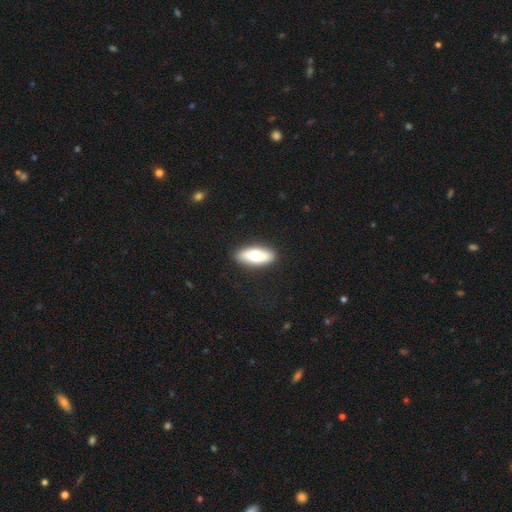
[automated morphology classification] Overall: smooth (63%; featured or disk 31%). How rounded: in between (77%). Merging: none (89%).